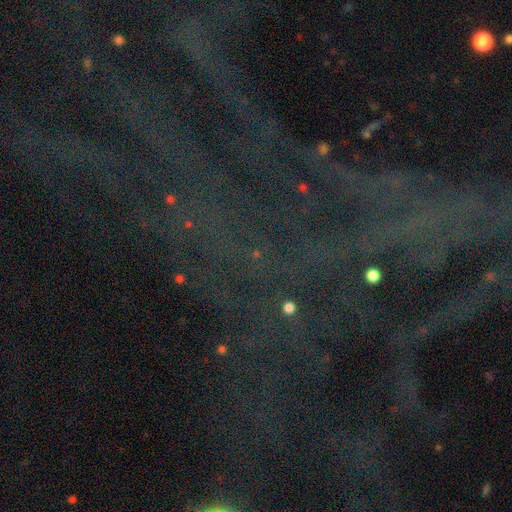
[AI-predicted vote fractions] This is clearly a star or artifact rather than a galaxy (83%).